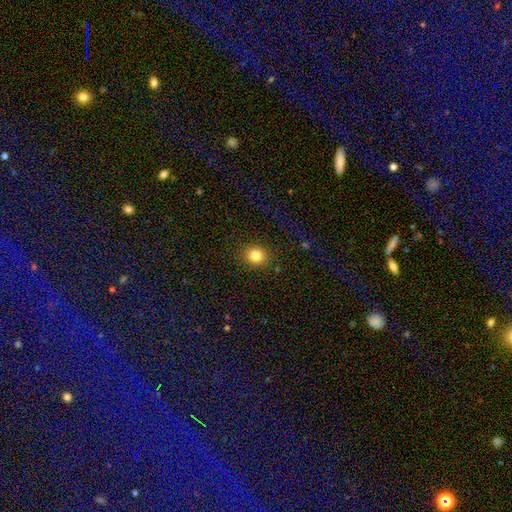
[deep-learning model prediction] This is clearly a smooth galaxy (83%). How rounded: likely round (78%). Merging: clearly none (89%).